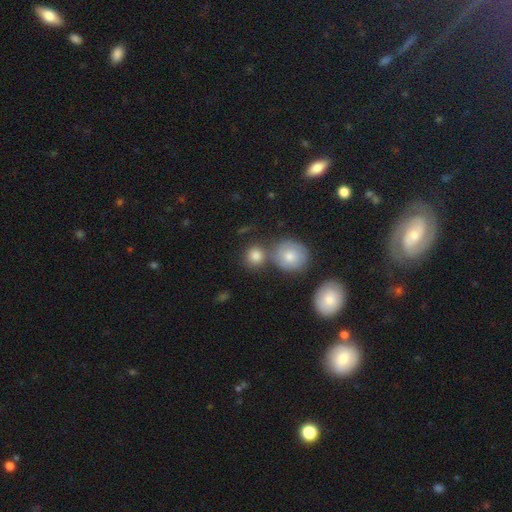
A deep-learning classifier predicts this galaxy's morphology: Smooth or featured: smooth — 81% (featured or disk — 11%)
How rounded: round — 86% (in between — 13%)
Merging: none — 59% (merger — 26%)